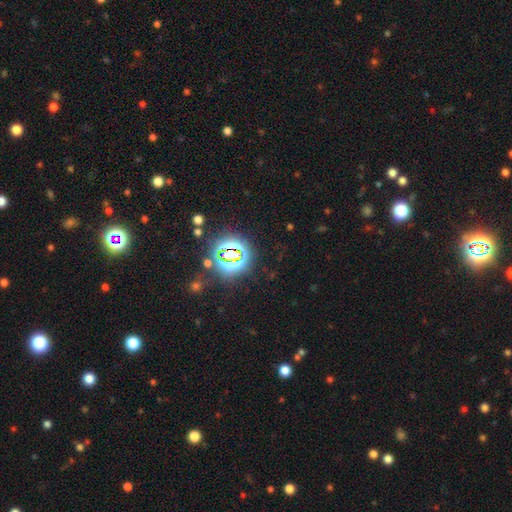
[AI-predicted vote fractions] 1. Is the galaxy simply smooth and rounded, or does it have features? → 80% star or artifact, 13% smooth, 7% featured or disk.